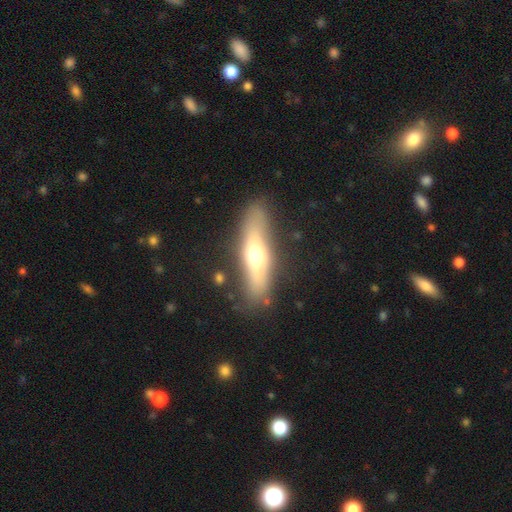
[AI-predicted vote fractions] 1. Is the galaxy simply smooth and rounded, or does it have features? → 48% smooth, 46% featured or disk, 6% star or artifact.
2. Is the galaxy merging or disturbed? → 81% none, 13% minor disturbance, 4% major disturbance, 2% merger.